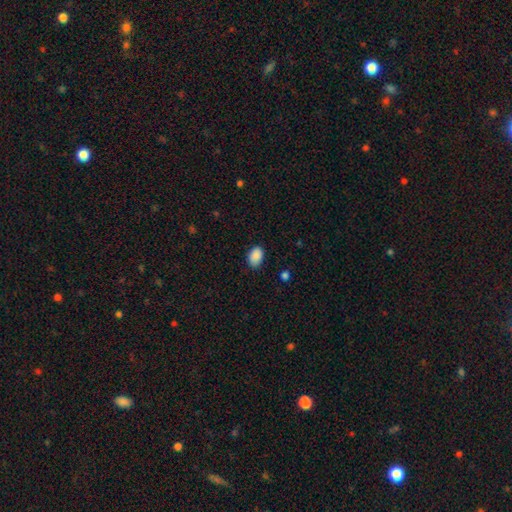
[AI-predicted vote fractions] Smooth or featured? smooth (89%)
How rounded? in between (82%)
Merging? none (83%)